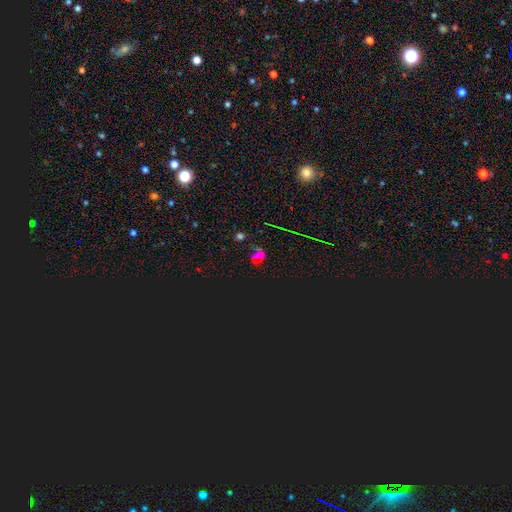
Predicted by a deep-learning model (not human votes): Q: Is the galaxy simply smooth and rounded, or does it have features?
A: star or artifact — 64%.